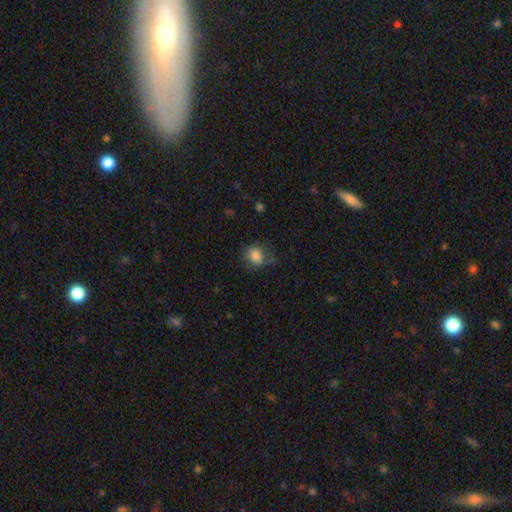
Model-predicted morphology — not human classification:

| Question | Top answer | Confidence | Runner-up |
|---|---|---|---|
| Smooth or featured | smooth | 84% | star or artifact (9%) |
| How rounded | round | 60% | in between (39%) |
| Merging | none | 65% | minor disturbance (24%) |